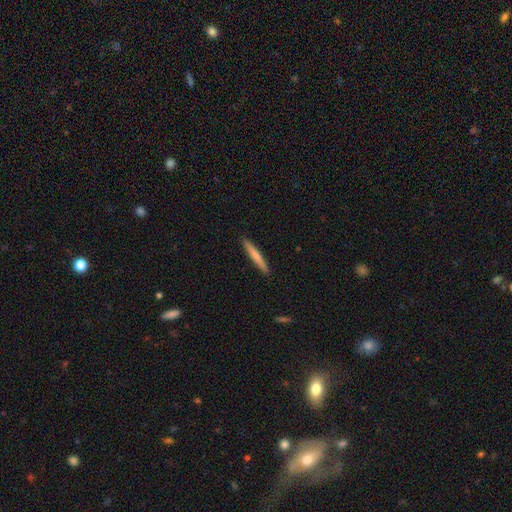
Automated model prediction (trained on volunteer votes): This appears to be a smooth galaxy with no disk features (66%) that is cigar-shaped (95%). Merging: none (92%).